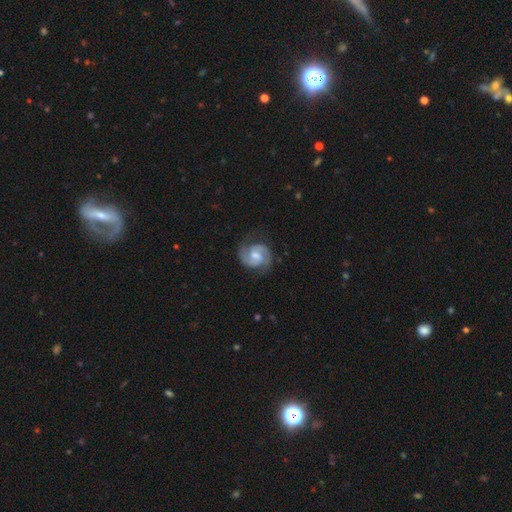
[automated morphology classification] smooth-or-featured: featured or disk: 88% | smooth: 7% | star or artifact: 5%
  disk-edge-on: no: 98% | yes: 2%
    bar: weak: 55% | no: 30% | strong: 15%
    has-spiral-arms: yes: 98% | no: 2%
      spiral-winding: medium: 53% | tight: 36% | loose: 11%
      spiral-arm-count: 2: 93% | can't tell: 2% | 3: 1% | 1: 1% | 4: 1% | more than 4: 1%
    bulge-size: moderate: 51% | small: 32% | none: 10% | large: 5% | dominant: 1%
  merging: none: 80% | minor disturbance: 14% | major disturbance: 5% | merger: 1%